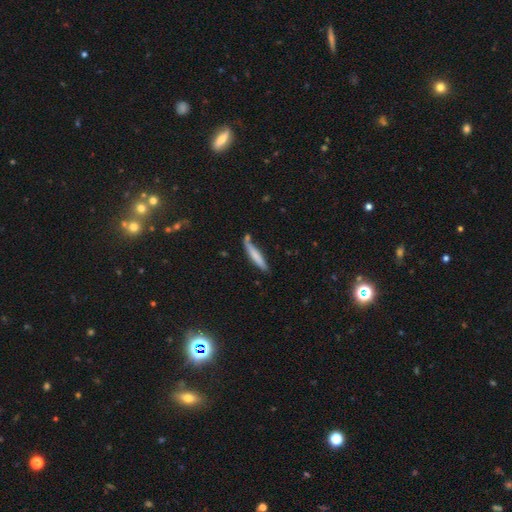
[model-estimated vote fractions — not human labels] A smooth galaxy with no disk features (72%) that is cigar-shaped (92%). Merging: none (73%).